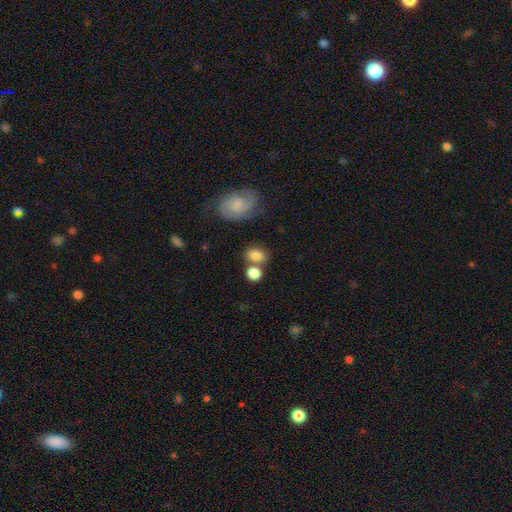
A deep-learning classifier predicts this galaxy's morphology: This is clearly a smooth galaxy (80%). How rounded: possibly in between (55%). Merging: possibly none (55%).